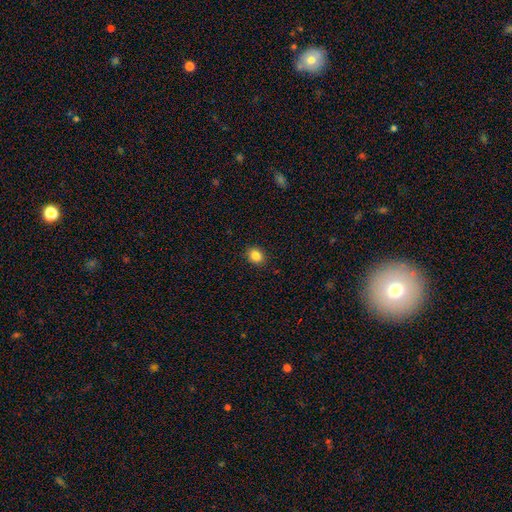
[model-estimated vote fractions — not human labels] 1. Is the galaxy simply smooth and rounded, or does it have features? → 85% smooth, 10% star or artifact, 5% featured or disk.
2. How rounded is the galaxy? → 51% round, 48% in between, 1% cigar-shaped.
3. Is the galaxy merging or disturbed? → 90% none, 7% minor disturbance, 2% major disturbance, 1% merger.